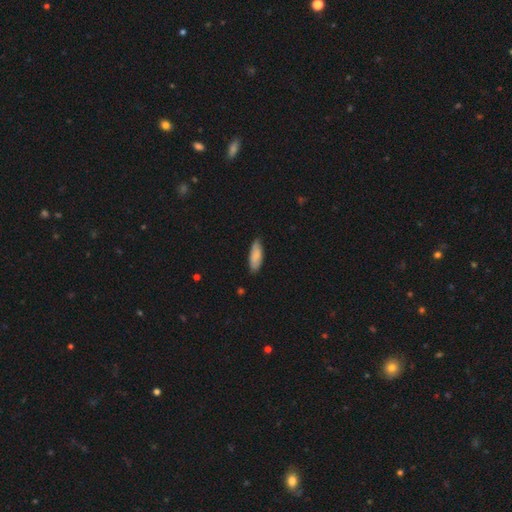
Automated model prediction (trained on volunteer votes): A smooth galaxy with no disk features (82%) that is in between round and cigar-shaped (66%). Merging: none (79%).